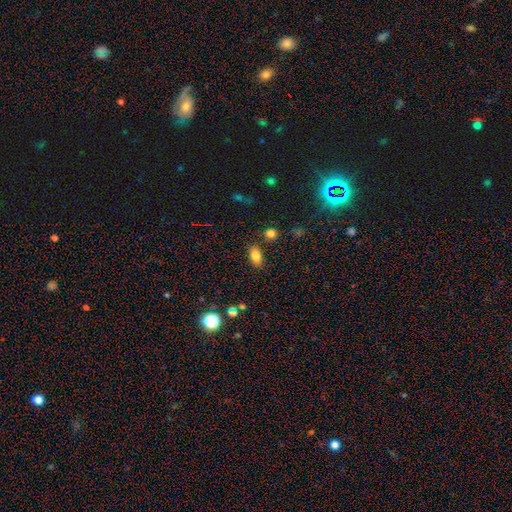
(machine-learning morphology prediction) Smooth or featured? Predicted: smooth (p=0.80). How rounded? Predicted: in between (p=0.86). Merging? Predicted: none (p=0.83).